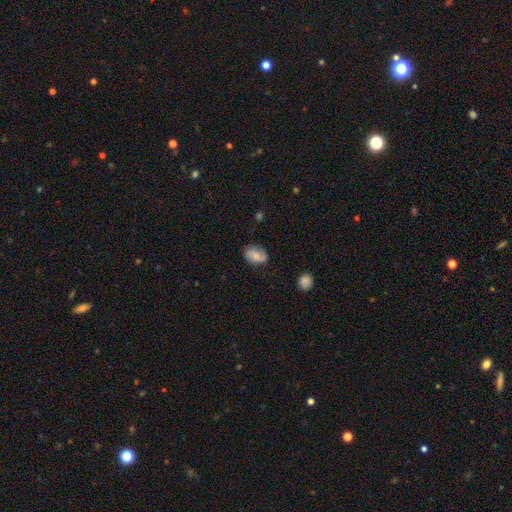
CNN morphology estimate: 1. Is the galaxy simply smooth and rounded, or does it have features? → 55% smooth, 37% featured or disk, 8% star or artifact.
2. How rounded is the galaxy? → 77% in between, 21% round, 2% cigar-shaped.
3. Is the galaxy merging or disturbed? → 74% none, 20% minor disturbance, 5% major disturbance, 2% merger.